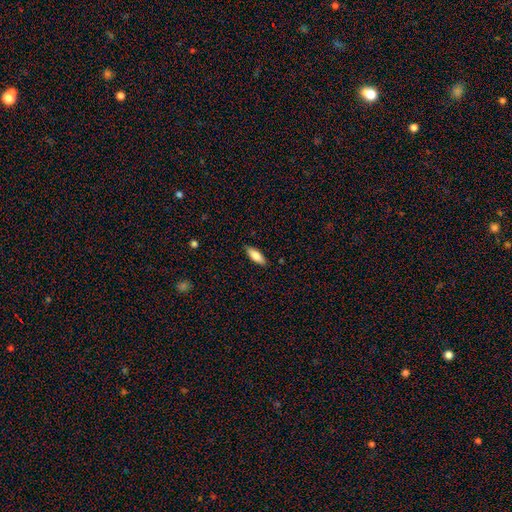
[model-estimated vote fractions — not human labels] smooth 82%, featured or disk 12%, star or artifact 6%. Down the decision tree: how rounded — in between (63%); merging — none (88%).